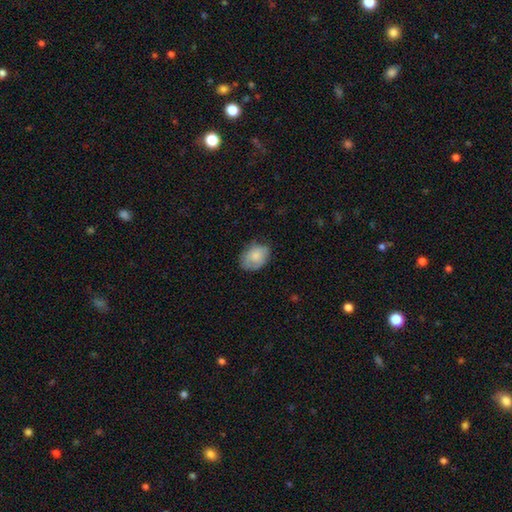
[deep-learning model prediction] This appears to be a smooth galaxy with no disk features (78%) that is in between round and cigar-shaped (75%). Merging: none (66%).